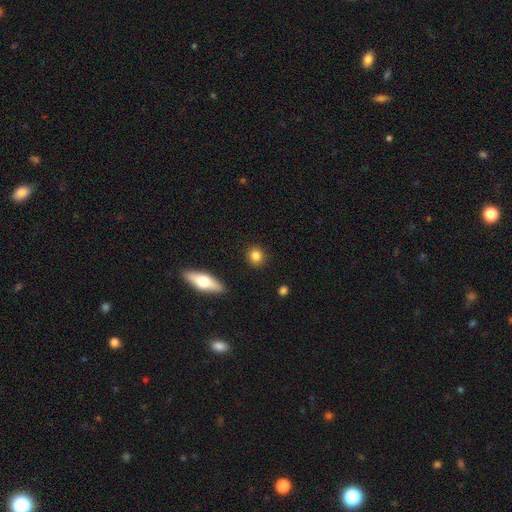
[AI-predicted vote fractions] This appears to be a smooth galaxy with no disk features (84%) that is round (84%). Merging: none (91%).